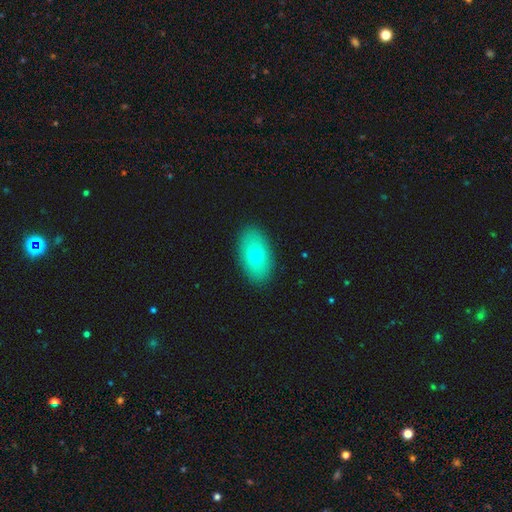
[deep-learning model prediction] The model was most divided on "smooth or featured": smooth: 70%, featured or disk: 21%, star or artifact: 9%. More confident: how rounded — in between (89%); merging — none (89%).